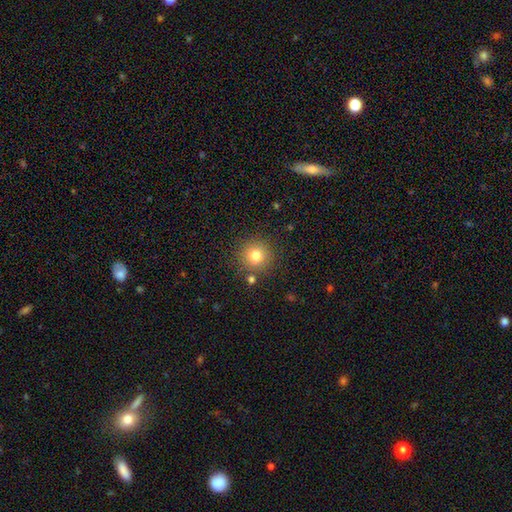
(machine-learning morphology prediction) This appears to be a smooth galaxy with no disk features (78%) that is round (93%). Merging: none (84%).